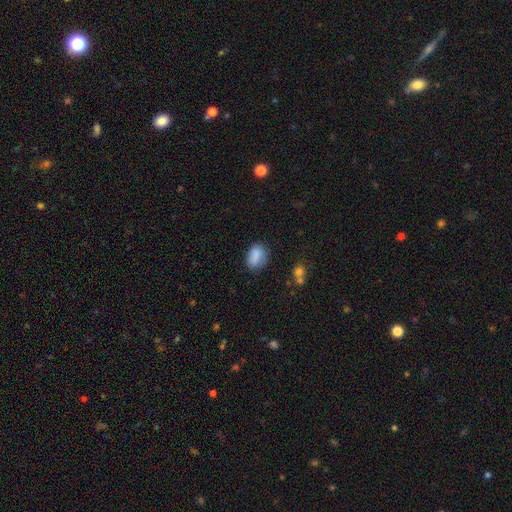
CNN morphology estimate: Smooth or featured? Predicted: smooth (p=0.84). How rounded? Predicted: in between (p=0.79). Merging? Predicted: none (p=0.67).